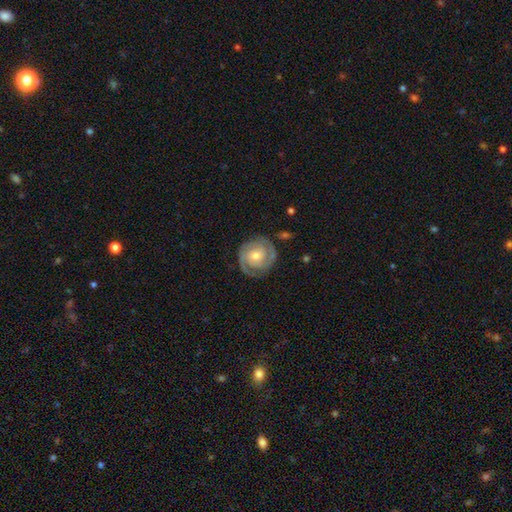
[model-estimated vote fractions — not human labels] Overall: featured or disk (85%). Edge-on disk: no (98%). Bar: no (67%). Spiral arms: yes (96%). Spiral arm count: 2 (73%). Spiral winding: tight (70%). Bulge size: moderate (57%; small 38%). Merging: none (83%).